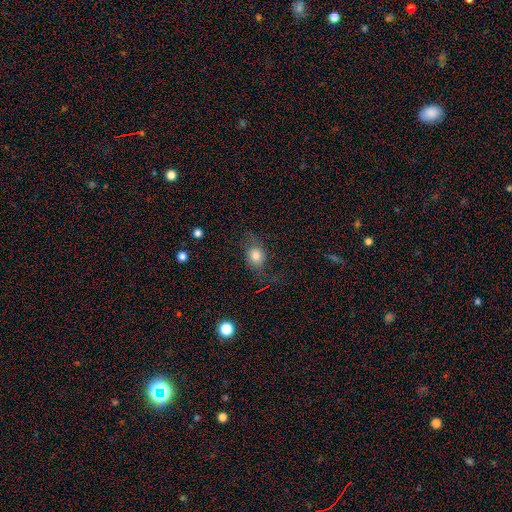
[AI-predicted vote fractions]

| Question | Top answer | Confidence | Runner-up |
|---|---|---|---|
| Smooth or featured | smooth | 66% | featured or disk (23%) |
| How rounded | round | 59% | in between (38%) |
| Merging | none | 56% | minor disturbance (22%) |